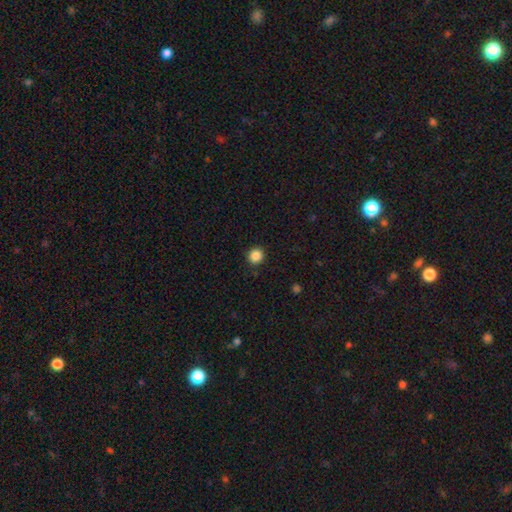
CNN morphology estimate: smooth_or_featured: smooth (p=0.86) [alt: star or artifact p=0.11]
how_rounded: round (p=0.92) [alt: in between p=0.08]
merging: none (p=0.91) [alt: minor disturbance p=0.06]